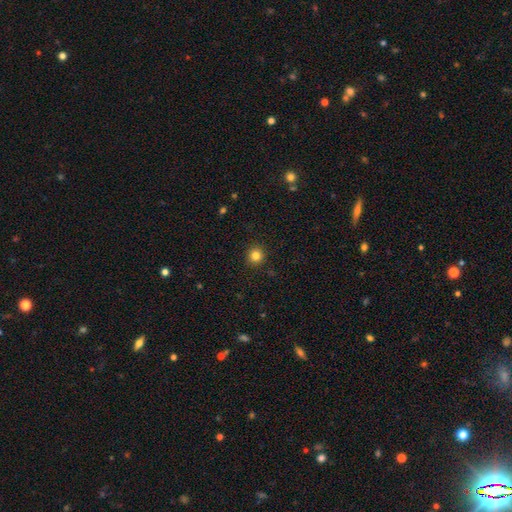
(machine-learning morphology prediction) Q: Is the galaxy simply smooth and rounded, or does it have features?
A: smooth — 82%.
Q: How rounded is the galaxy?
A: round — 94%.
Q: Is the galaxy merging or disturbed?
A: none — 92%.